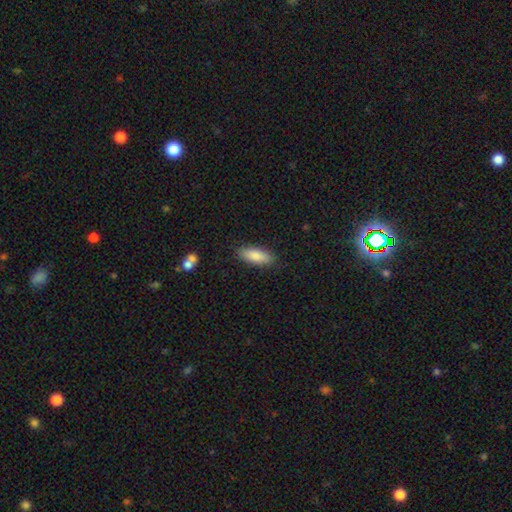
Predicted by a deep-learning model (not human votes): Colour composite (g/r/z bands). It shows a smooth galaxy with no disk features (85%) that is in between round and cigar-shaped (72%). Merging: none (86%).